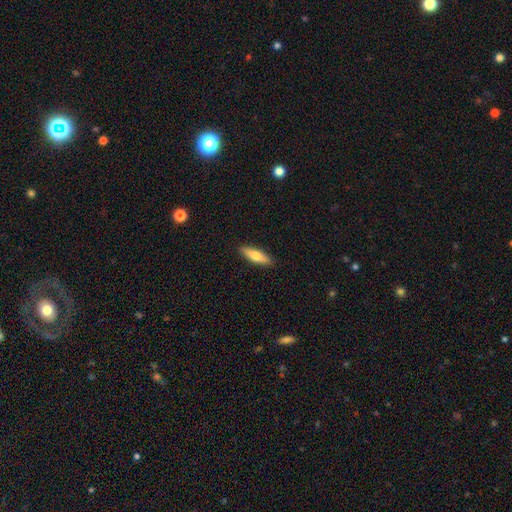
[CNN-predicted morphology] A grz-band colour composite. It shows a smooth galaxy with no disk features (68%) that is cigar-shaped (59%). Merging: none (90%).